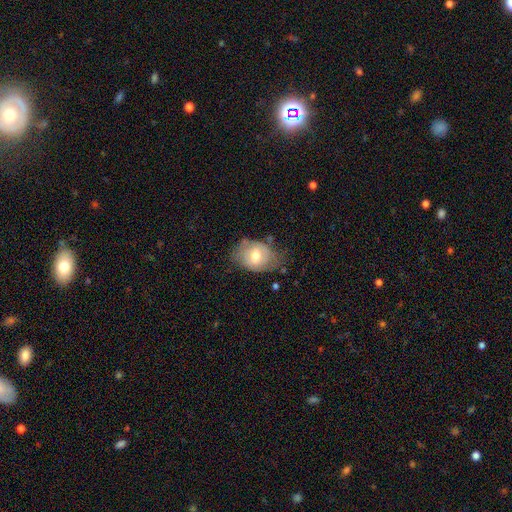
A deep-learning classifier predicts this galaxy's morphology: Smooth or featured? smooth (59%)
How rounded? in between (68%)
Merging? none (55%)